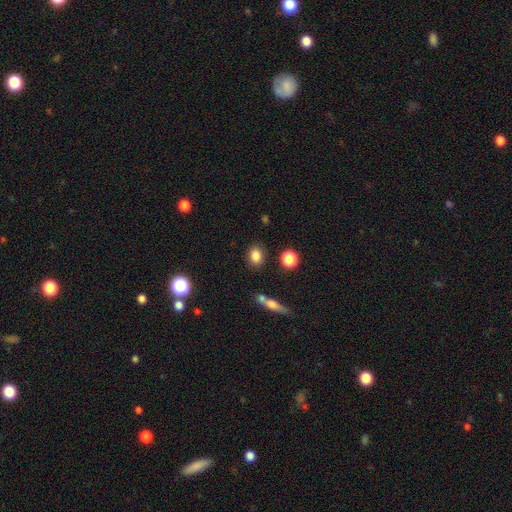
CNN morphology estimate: smooth_or_featured: smooth (p=0.83) [alt: star or artifact p=0.10]
how_rounded: in between (p=0.59) [alt: round p=0.38]
merging: none (p=0.84) [alt: minor disturbance p=0.09]